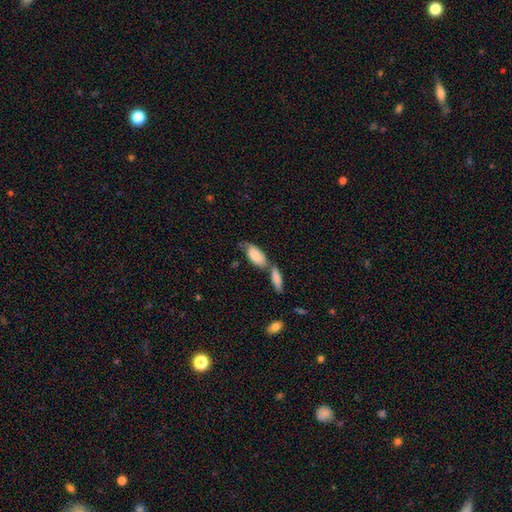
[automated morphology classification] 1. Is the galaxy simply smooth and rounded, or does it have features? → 78% smooth, 16% featured or disk, 6% star or artifact.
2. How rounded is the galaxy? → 89% in between, 9% cigar-shaped, 3% round.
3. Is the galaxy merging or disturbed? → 41% merger, 39% none, 15% minor disturbance, 5% major disturbance.